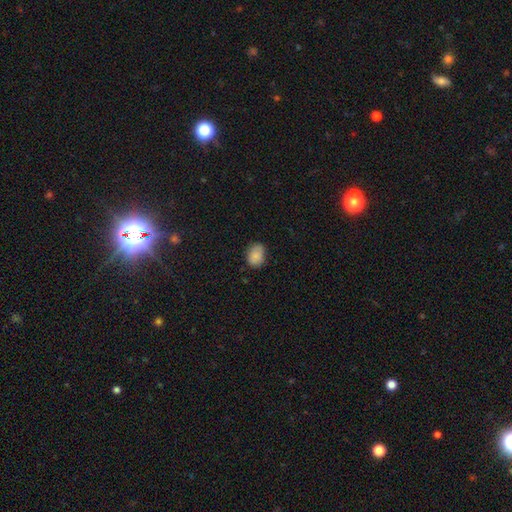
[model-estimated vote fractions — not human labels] This appears to be a smooth galaxy with no disk features (86%) that is in between round and cigar-shaped (66%). Merging: none (78%).